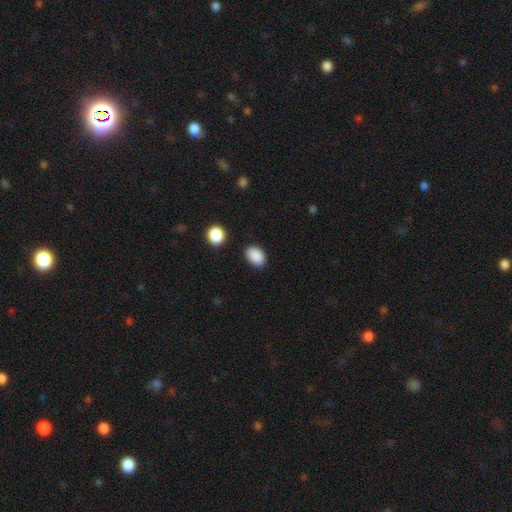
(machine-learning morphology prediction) Smooth or featured: smooth — 89% (star or artifact — 8%)
How rounded: in between — 79% (round — 20%)
Merging: none — 84% (minor disturbance — 11%)